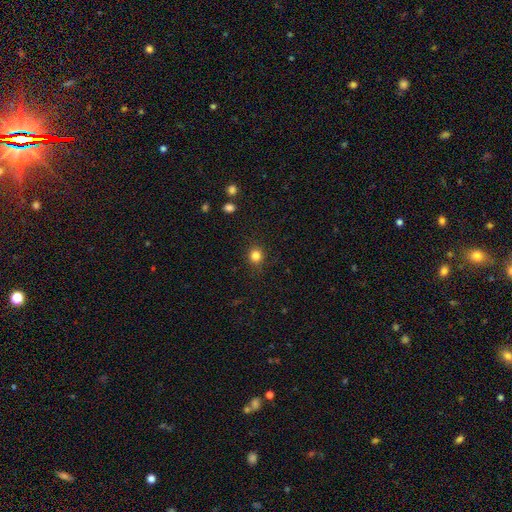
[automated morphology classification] Smooth or featured?
  - smooth: 83% *
  - star or artifact: 13%
  - featured or disk: 5%
How rounded?
  - round: 83% *
  - in between: 16%
  - cigar-shaped: 1%
Merging?
  - none: 88% *
  - minor disturbance: 9%
  - major disturbance: 3%
  - merger: 1%